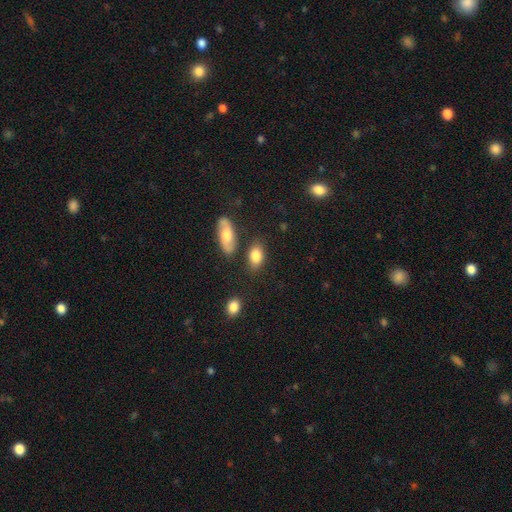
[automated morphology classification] A smooth galaxy with no disk features (83%) that is in between round and cigar-shaped (87%).

Vote fractions:
- Smooth or featured? smooth: 83% / featured or disk: 10% / star or artifact: 7%
- How rounded? in between: 87% / round: 11% / cigar-shaped: 3%
- Merging? none: 75% / minor disturbance: 14% / merger: 8% / major disturbance: 3%